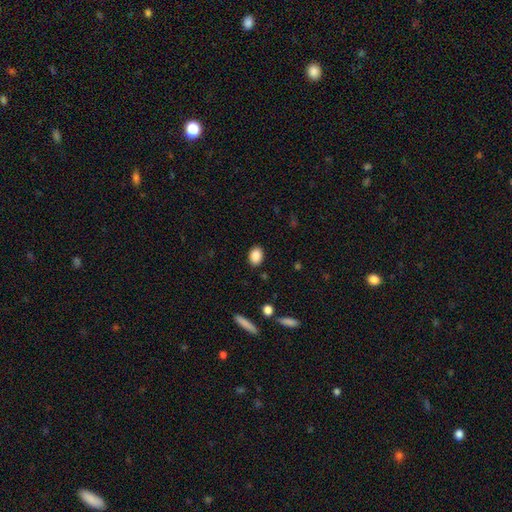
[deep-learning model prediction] smooth_or_featured: smooth (p=0.88) [alt: star or artifact p=0.08]
how_rounded: in between (p=0.75) [alt: round p=0.24]
merging: none (p=0.87) [alt: minor disturbance p=0.09]